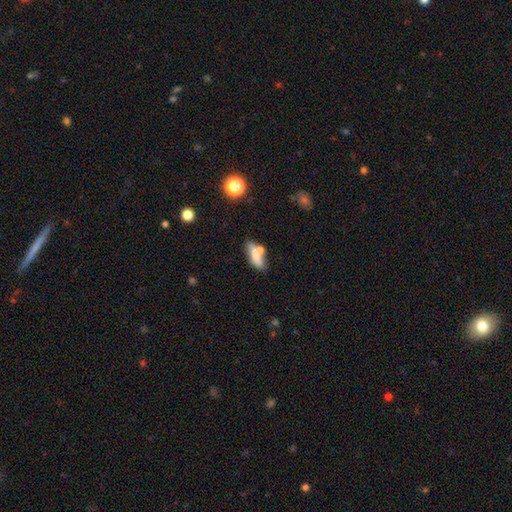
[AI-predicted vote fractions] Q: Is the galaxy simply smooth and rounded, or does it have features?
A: smooth — 68%.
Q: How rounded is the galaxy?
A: in between — 60%.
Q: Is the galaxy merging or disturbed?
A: none — 53%.